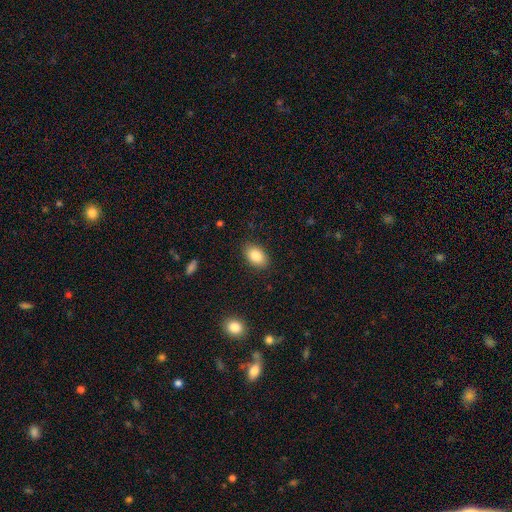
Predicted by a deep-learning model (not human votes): Smooth or featured? Predicted: smooth (p=0.86). How rounded? Predicted: in between (p=0.87). Merging? Predicted: none (p=0.87).